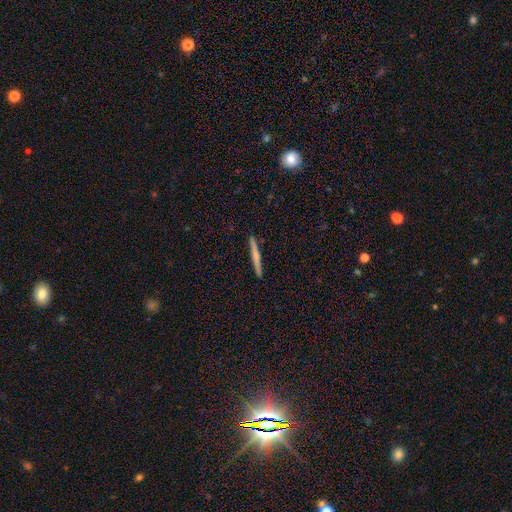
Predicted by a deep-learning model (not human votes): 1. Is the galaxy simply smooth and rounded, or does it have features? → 48% smooth, 46% featured or disk, 6% star or artifact.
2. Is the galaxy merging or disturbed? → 92% none, 5% minor disturbance, 1% major disturbance, 1% merger.